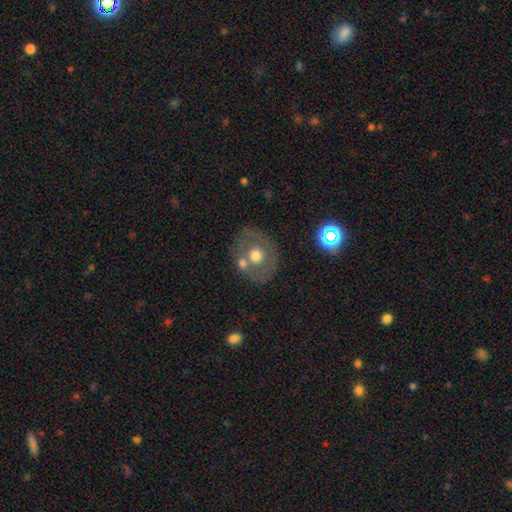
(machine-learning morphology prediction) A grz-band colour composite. It shows a smooth galaxy with no disk features (55%) that is round (70%). Merging: none (64%).